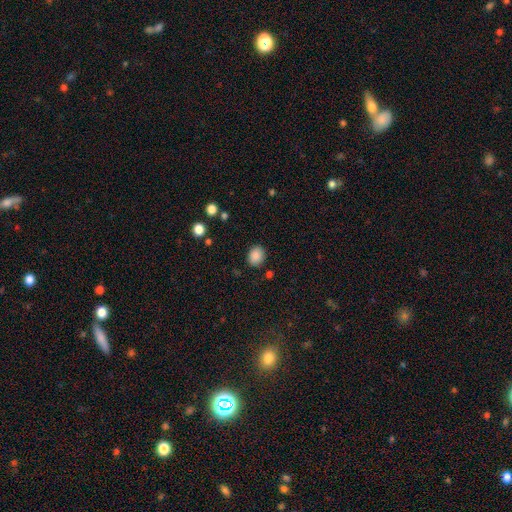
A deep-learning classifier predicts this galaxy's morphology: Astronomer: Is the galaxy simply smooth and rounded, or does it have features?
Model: smooth — 86%.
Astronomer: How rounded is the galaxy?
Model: round — 54% (runner-up: in between, 45%).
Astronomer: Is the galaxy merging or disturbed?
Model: none — 86%.